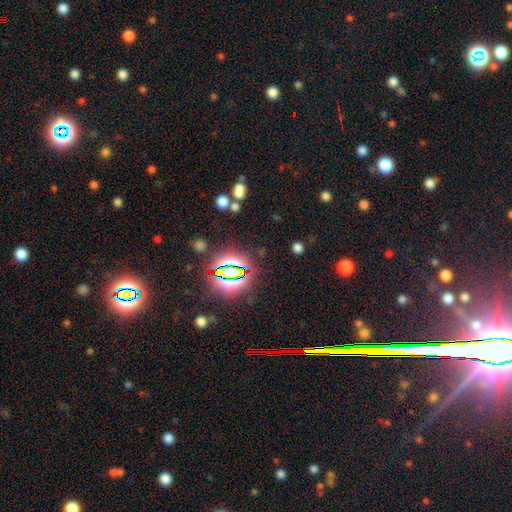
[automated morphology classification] Smooth or featured? star or artifact (81%)